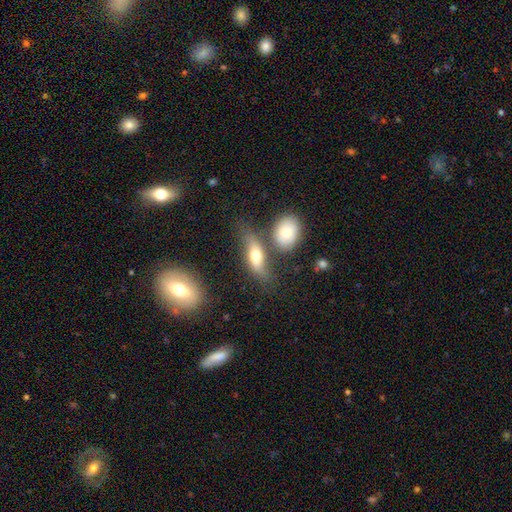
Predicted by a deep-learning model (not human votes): A smooth galaxy with no disk features (57%) that is in between round and cigar-shaped (67%). Merging: none (56%).